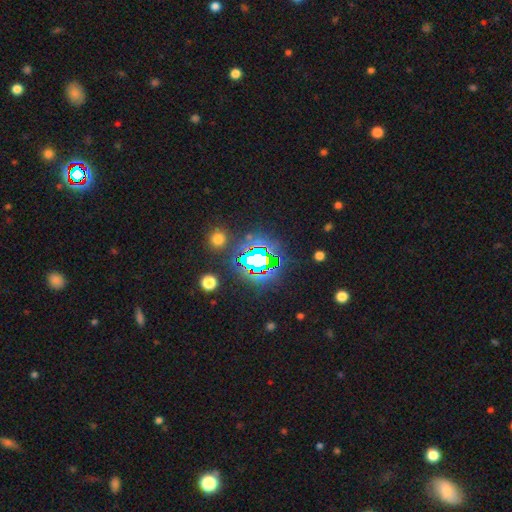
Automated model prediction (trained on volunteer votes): A star or artifact, not a galaxy (74%).

Vote fractions:
- Smooth or featured? star or artifact: 74% / smooth: 16% / featured or disk: 9%